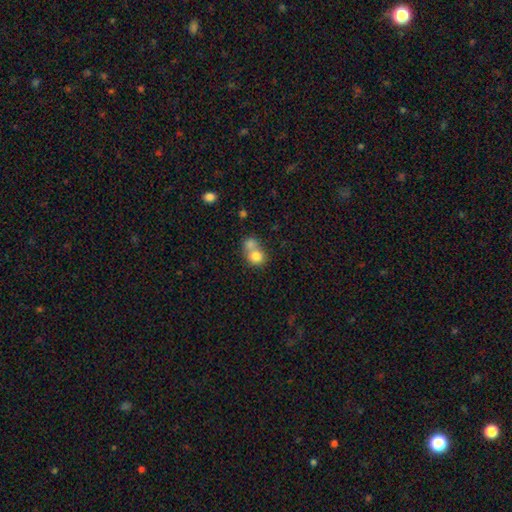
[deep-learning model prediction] A smooth galaxy with no disk features (78%) that is round (73%).

Vote fractions:
- Smooth or featured? smooth: 78% / featured or disk: 13% / star or artifact: 9%
- How rounded? round: 73% / in between: 26% / cigar-shaped: 1%
- Merging? merger: 62% / none: 28% / minor disturbance: 6% / major disturbance: 3%